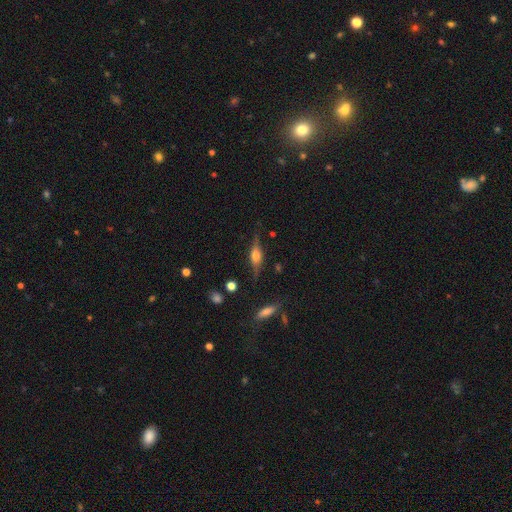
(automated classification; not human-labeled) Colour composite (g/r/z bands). It shows a featured or disk galaxy (69%) viewed edge-on (95%) with a rounded central bulge (84%). Merging: none (78%).